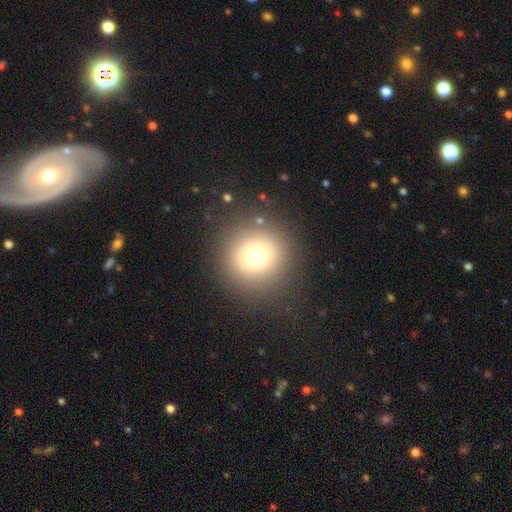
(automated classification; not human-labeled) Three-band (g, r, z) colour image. It shows a smooth galaxy with no disk features (72%) that is round (94%). Merging: none (87%).